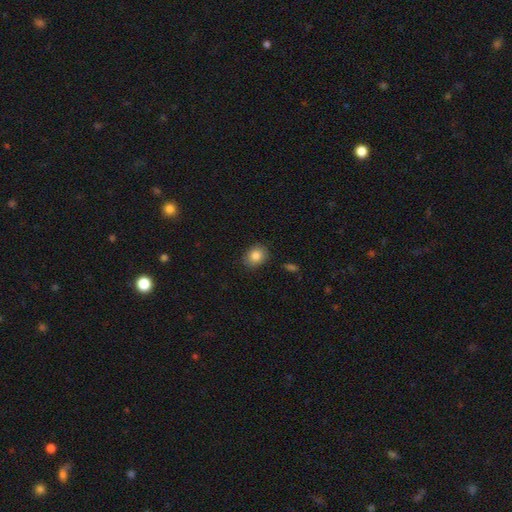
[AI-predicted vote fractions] Smooth or featured?
  - smooth: 84% *
  - star or artifact: 9%
  - featured or disk: 7%
How rounded?
  - round: 52% *
  - in between: 47%
  - cigar-shaped: 1%
Merging?
  - none: 87% *
  - minor disturbance: 9%
  - major disturbance: 2%
  - merger: 1%